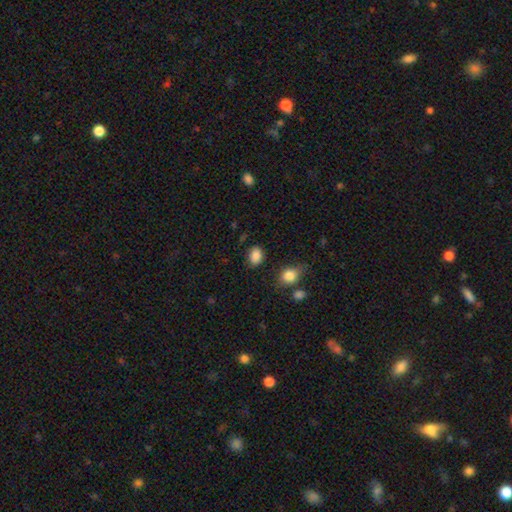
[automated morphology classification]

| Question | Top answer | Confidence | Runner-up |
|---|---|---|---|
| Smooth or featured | smooth | 86% | star or artifact (9%) |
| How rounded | in between | 71% | round (28%) |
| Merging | none | 78% | minor disturbance (15%) |